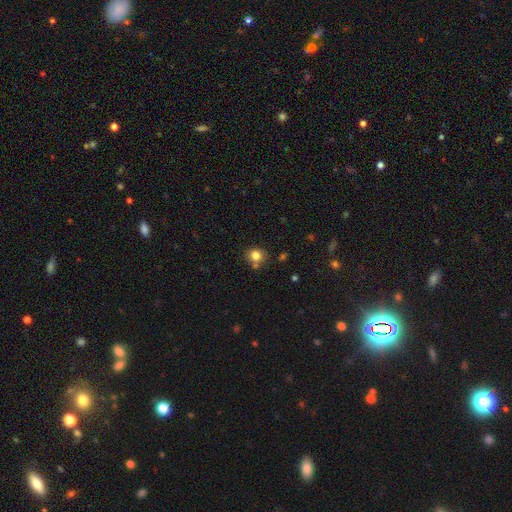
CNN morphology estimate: This appears to be a smooth galaxy with no disk features (80%) that is round (79%). Merging: none (71%).